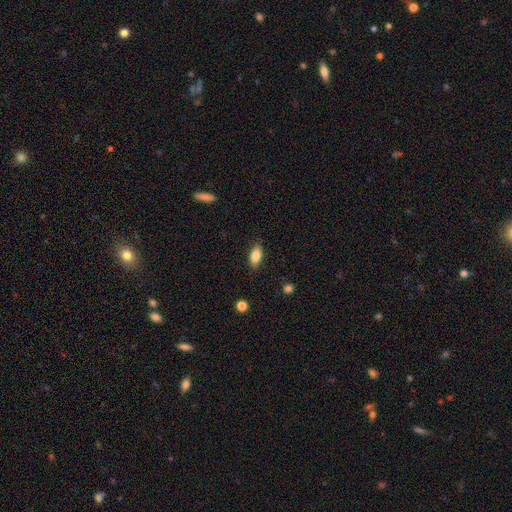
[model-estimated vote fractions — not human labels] Smooth or featured? smooth (84%)
How rounded? in between (88%)
Merging? none (85%)